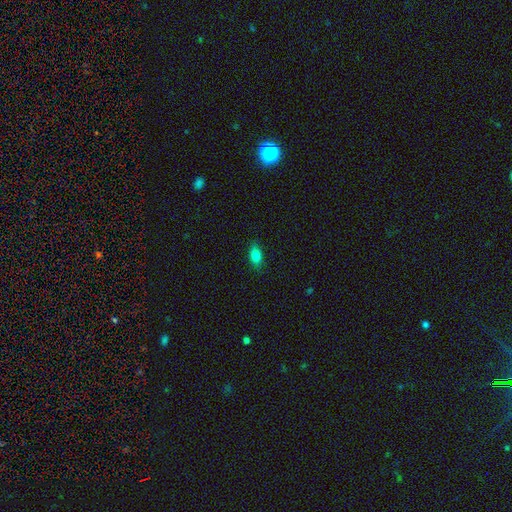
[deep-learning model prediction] Smooth or featured? Predicted: smooth (p=0.83). How rounded? Predicted: in between (p=0.85). Merging? Predicted: none (p=0.86).